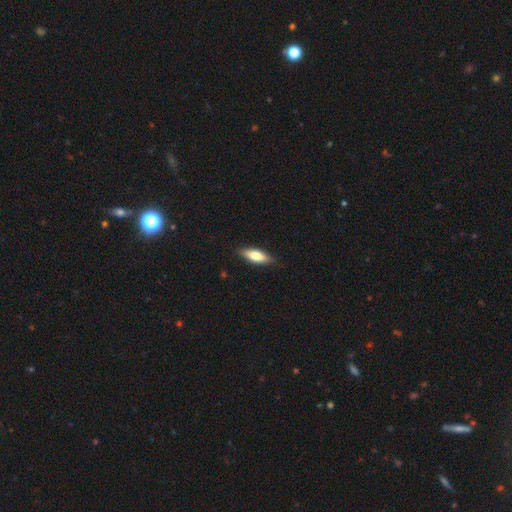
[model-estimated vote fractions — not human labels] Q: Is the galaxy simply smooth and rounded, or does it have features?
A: smooth — 72%.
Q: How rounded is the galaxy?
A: in between — 60%.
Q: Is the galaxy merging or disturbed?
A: none — 86%.